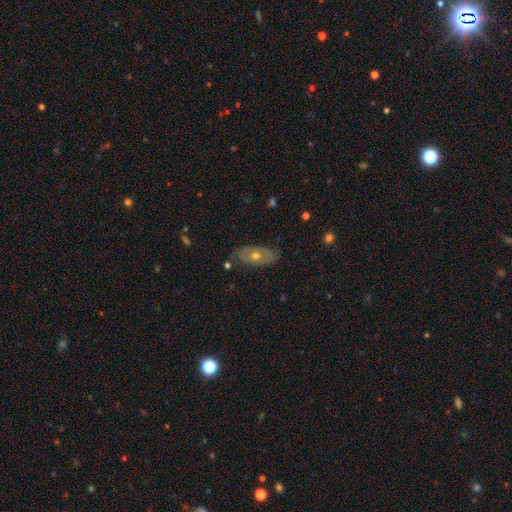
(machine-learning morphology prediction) smooth_or_featured: featured or disk (p=0.56) [alt: smooth p=0.37]
disk_edge_on: no (p=0.81) [alt: yes p=0.19]
merging: none (p=0.80) [alt: minor disturbance p=0.15]